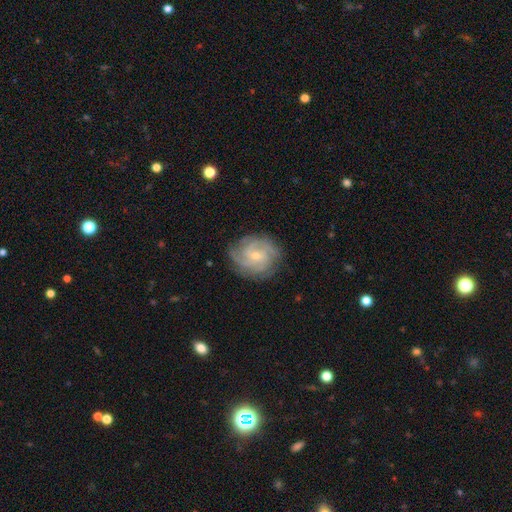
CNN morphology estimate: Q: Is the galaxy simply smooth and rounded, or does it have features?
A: featured or disk — 82%.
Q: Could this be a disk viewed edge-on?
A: no — 98%.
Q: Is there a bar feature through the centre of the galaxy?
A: no — 59%.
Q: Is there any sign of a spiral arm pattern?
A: yes — 96%.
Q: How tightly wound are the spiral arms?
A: tight — 61%.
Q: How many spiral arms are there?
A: can't tell — 27%.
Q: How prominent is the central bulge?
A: small — 69%.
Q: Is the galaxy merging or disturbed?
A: none — 80%.